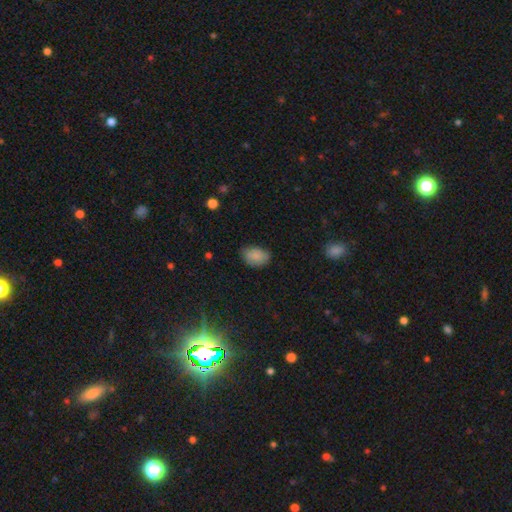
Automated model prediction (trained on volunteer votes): A smooth galaxy with no disk features (85%) that is in between round and cigar-shaped (80%).

Vote fractions:
- Smooth or featured? smooth: 85% / star or artifact: 8% / featured or disk: 7%
- How rounded? in between: 80% / round: 19% / cigar-shaped: 1%
- Merging? none: 71% / minor disturbance: 24% / major disturbance: 4% / merger: 1%